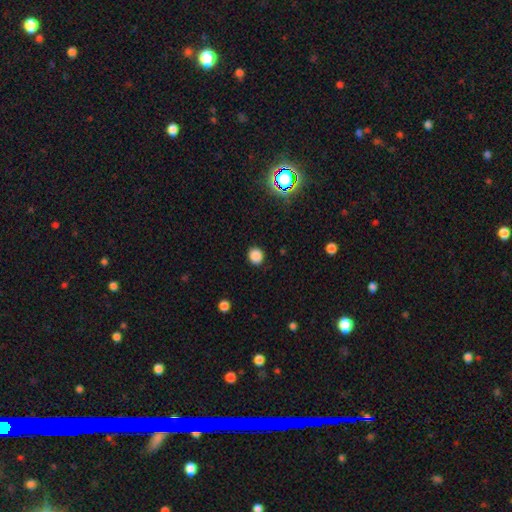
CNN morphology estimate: This is clearly a smooth galaxy (85%). How rounded: clearly round (86%). Merging: clearly none (90%).